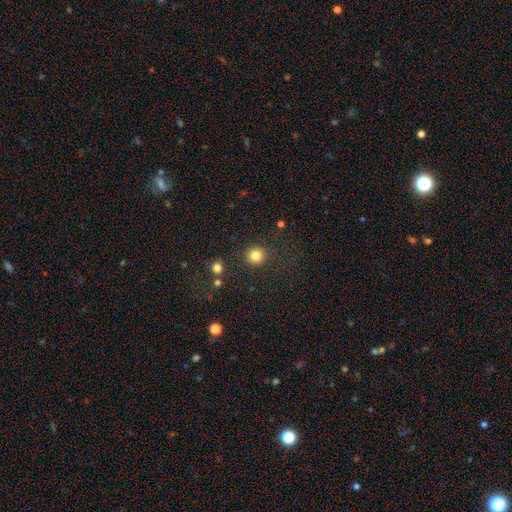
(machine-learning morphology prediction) This appears to be a smooth galaxy with no disk features (83%) that is round (93%). Merging: none (89%).